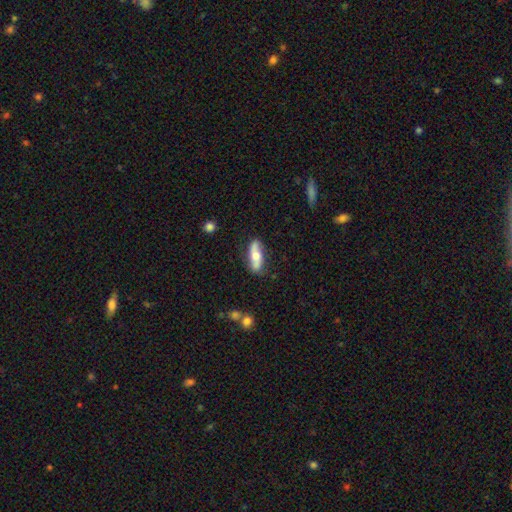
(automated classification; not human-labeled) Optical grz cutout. It shows a featured or disk galaxy (49%). Merging: none (78%).